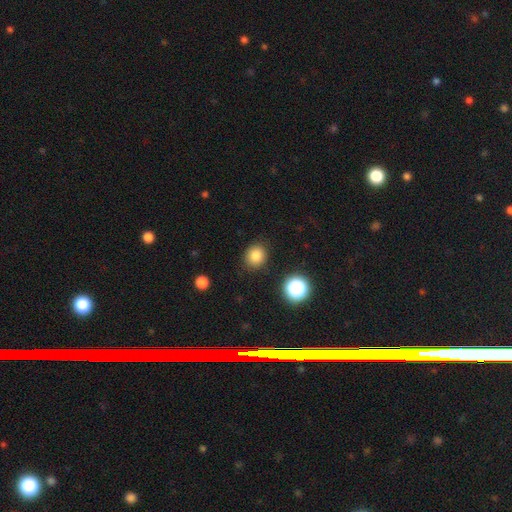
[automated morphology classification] A smooth galaxy with no disk features (82%) that is round (79%).

Vote fractions:
- Smooth or featured? smooth: 82% / star or artifact: 13% / featured or disk: 5%
- How rounded? round: 79% / in between: 20% / cigar-shaped: 1%
- Merging? none: 88% / minor disturbance: 8% / major disturbance: 3% / merger: 2%